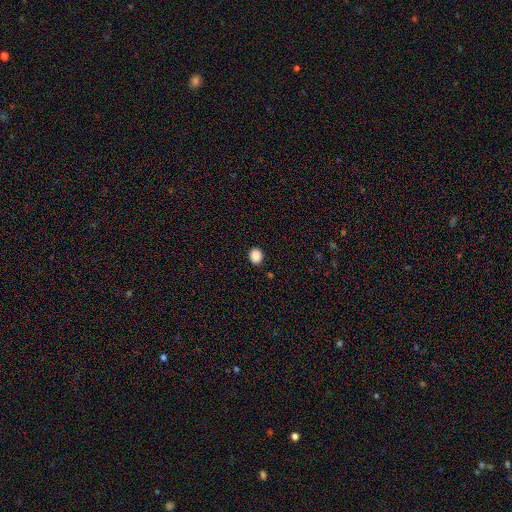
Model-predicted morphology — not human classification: Smooth or featured?
  - smooth: 89% *
  - star or artifact: 9%
  - featured or disk: 2%
How rounded?
  - round: 58% *
  - in between: 41%
  - cigar-shaped: 1%
Merging?
  - none: 90% *
  - minor disturbance: 7%
  - major disturbance: 2%
  - merger: 1%